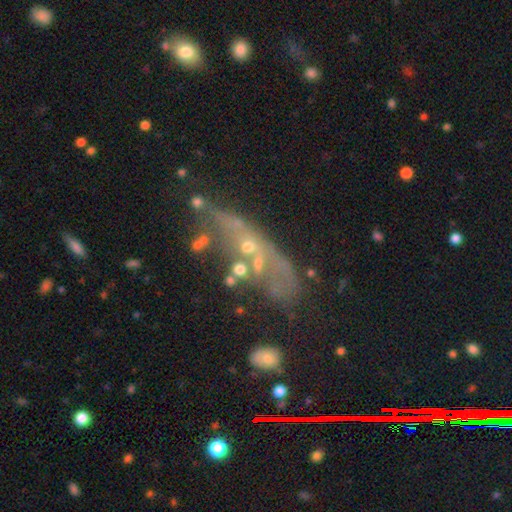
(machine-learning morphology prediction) featured or disk 51%, smooth 26%, star or artifact 23%. Down the decision tree: edge-on disk — no (60%); merging — none (50%).